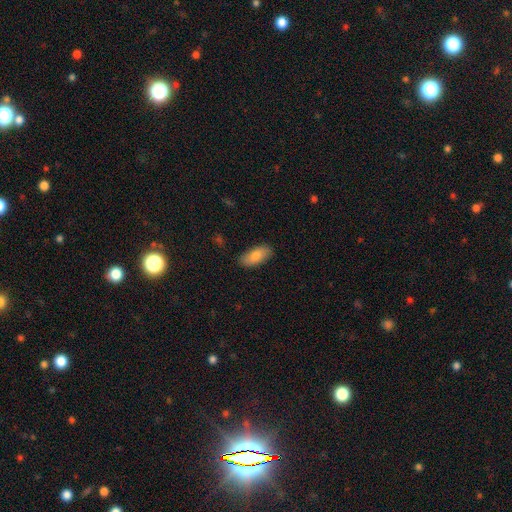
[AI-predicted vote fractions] A smooth galaxy with no disk features (84%) that is in between round and cigar-shaped (88%). Merging: none (86%).